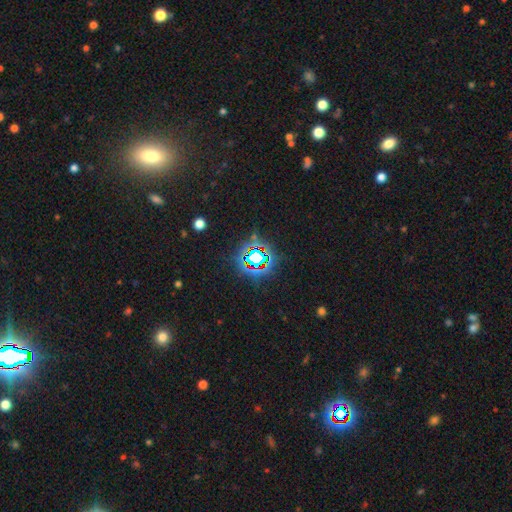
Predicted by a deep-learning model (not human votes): smooth-or-featured: star or artifact: 72% | smooth: 17% | featured or disk: 11%